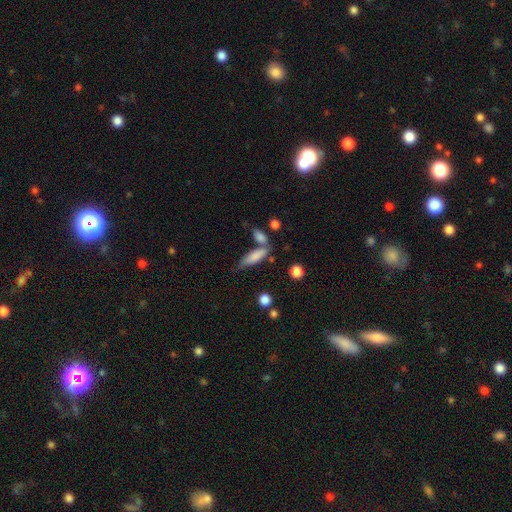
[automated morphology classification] Smooth or featured?
  - smooth: 79% *
  - featured or disk: 14%
  - star or artifact: 7%
How rounded?
  - cigar-shaped: 51% *
  - in between: 47%
  - round: 3%
Merging?
  - none: 54% *
  - merger: 20%
  - minor disturbance: 20%
  - major disturbance: 6%